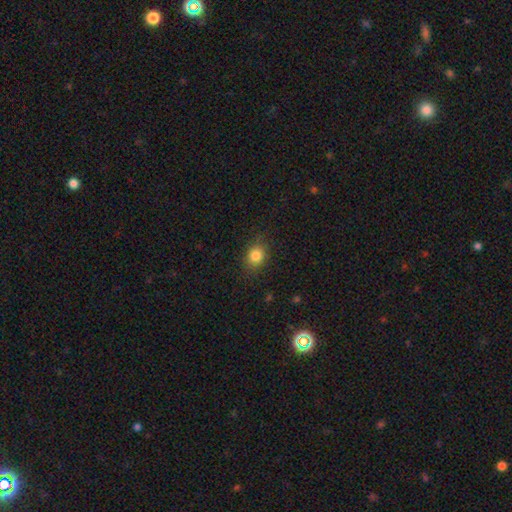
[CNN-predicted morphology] A smooth galaxy with no disk features (83%) that is round (56%). Merging: none (83%).